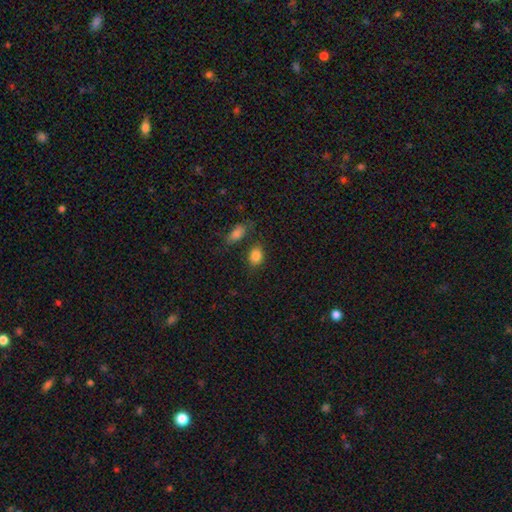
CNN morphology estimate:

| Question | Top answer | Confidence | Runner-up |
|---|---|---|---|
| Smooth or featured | smooth | 84% | star or artifact (9%) |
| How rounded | in between | 68% | round (30%) |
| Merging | none | 75% | minor disturbance (13%) |